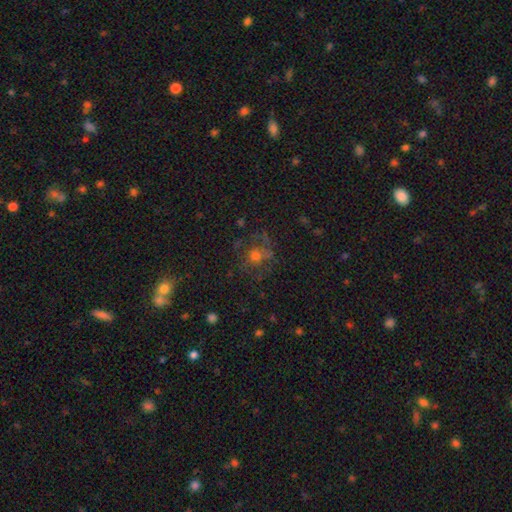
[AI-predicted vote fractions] Smooth or featured? smooth (46%)
Merging? none (60%)